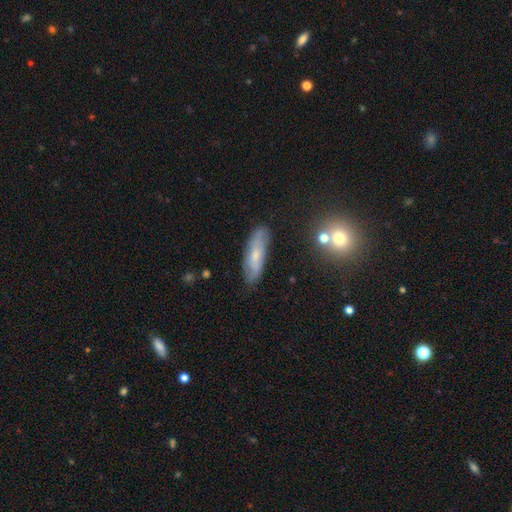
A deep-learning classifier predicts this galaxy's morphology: The model was most divided on "how rounded": cigar-shaped: 53%, in between: 44%, round: 3%. More confident: merging — none (78%); smooth or featured — smooth (51%).